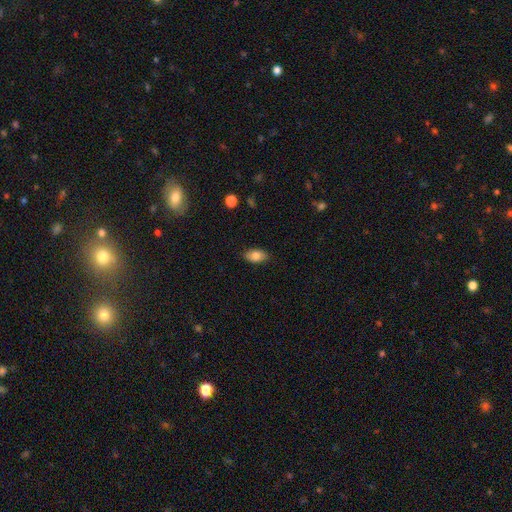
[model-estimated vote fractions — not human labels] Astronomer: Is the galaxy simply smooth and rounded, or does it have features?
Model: smooth — 82%.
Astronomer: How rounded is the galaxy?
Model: in between — 92%.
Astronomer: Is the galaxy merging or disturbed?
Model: none — 87%.